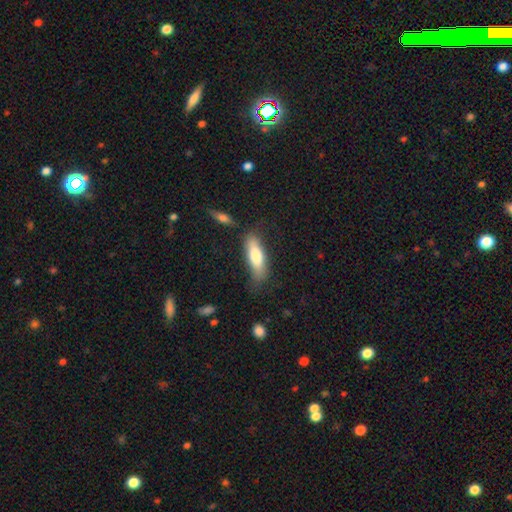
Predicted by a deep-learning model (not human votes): Morphology: type=smooth (74%); roundness=in between (50%); merging=none (67%).